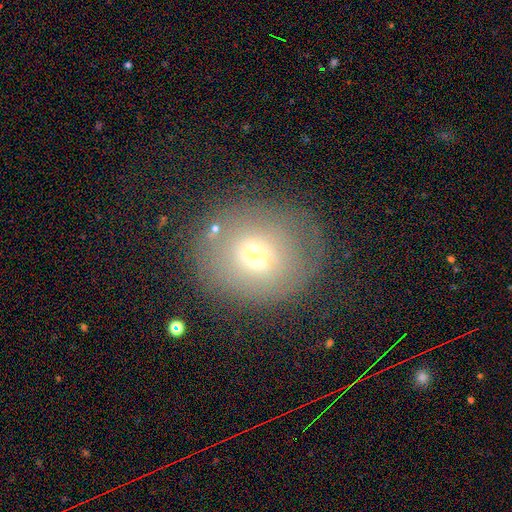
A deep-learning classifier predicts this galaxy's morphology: The model was most divided on "smooth or featured": smooth: 47%, featured or disk: 39%, star or artifact: 14%. More confident: merging — none (72%).